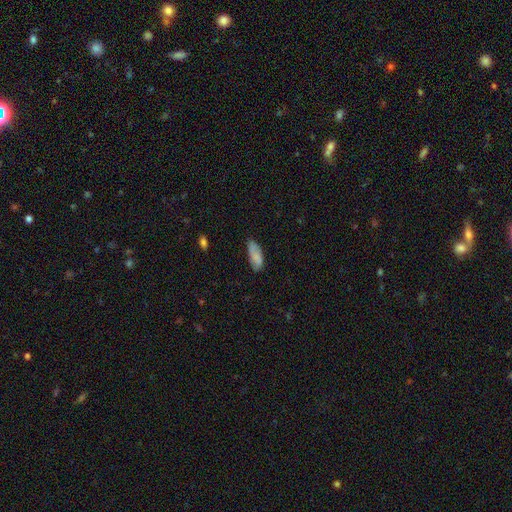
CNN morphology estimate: This is likely a smooth galaxy (80%). How rounded: likely in between (78%). Merging: likely none (65%).